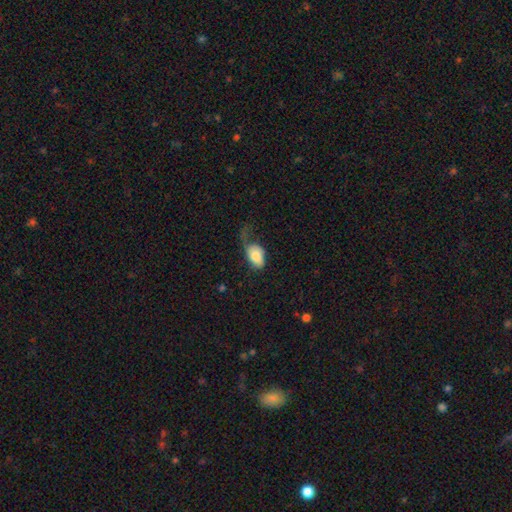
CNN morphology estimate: type=smooth (79%); roundness=in between (89%); merging=major disturbance (45%).